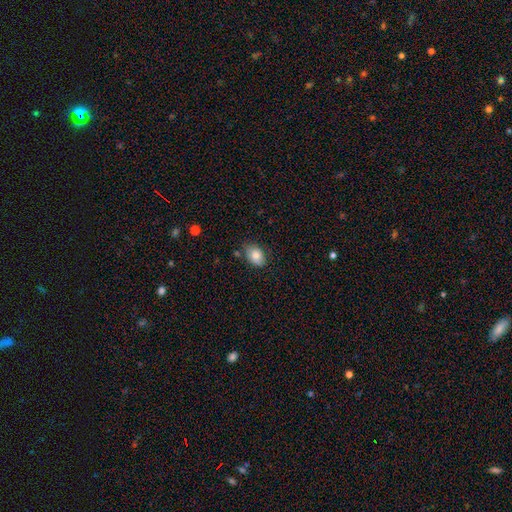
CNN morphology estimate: smooth 82%, featured or disk 10%, star or artifact 8%. Down the decision tree: how rounded — in between (80%); merging — none (70%).